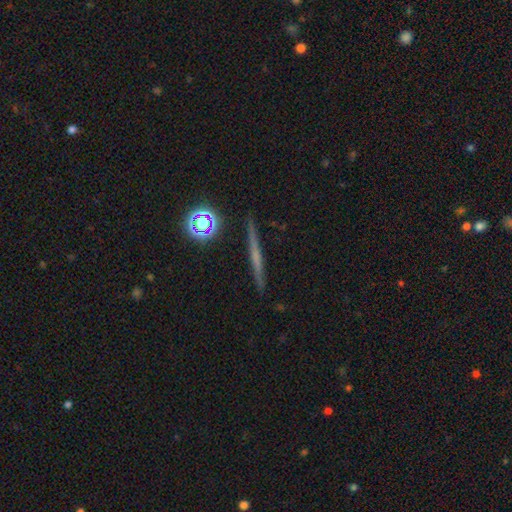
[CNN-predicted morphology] type=featured or disk (54%); edge-on=yes (96%); edge-on bulge=none (74%); merging=none (91%).